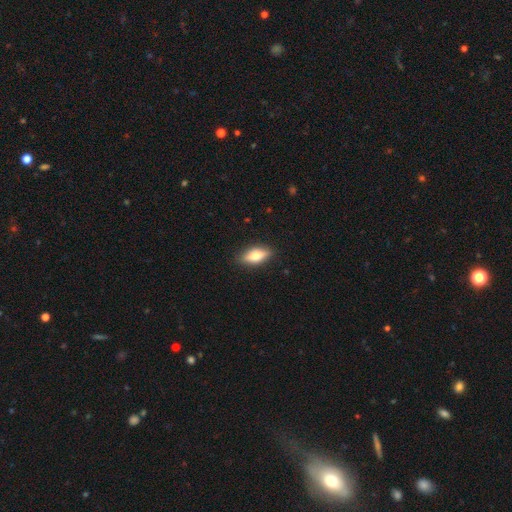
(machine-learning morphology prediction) A smooth galaxy with no disk features (63%) that is in between round and cigar-shaped (73%).

Vote fractions:
- Smooth or featured? smooth: 63% / featured or disk: 30% / star or artifact: 7%
- How rounded? in between: 73% / cigar-shaped: 24% / round: 4%
- Merging? none: 86% / minor disturbance: 10% / major disturbance: 2% / merger: 1%